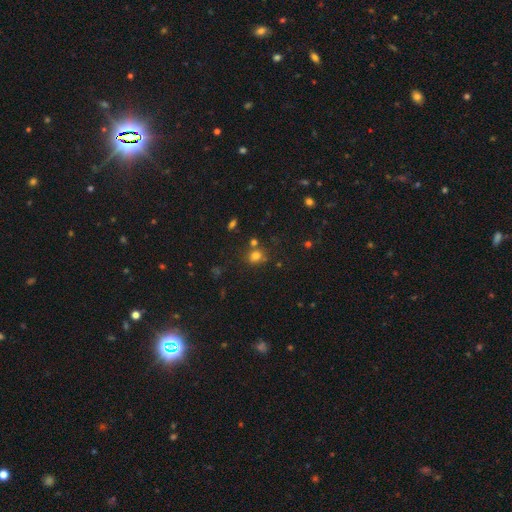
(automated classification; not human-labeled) Smooth or featured? smooth (75%)
How rounded? round (73%)
Merging? none (68%)